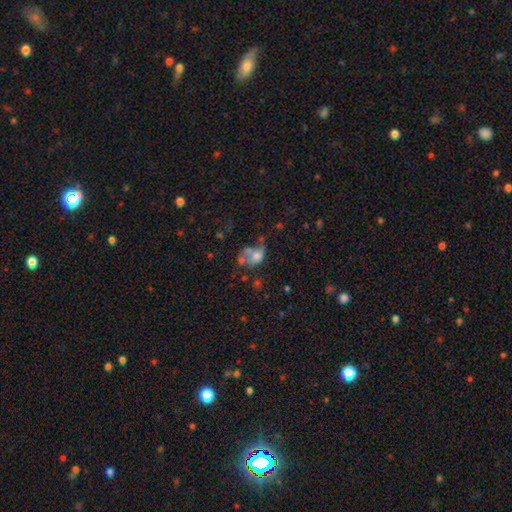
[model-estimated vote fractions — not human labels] smooth_or_featured: smooth (p=0.52) [alt: featured or disk p=0.33]
how_rounded: in between (p=0.67) [alt: round p=0.31]
merging: merger (p=0.39) [alt: major disturbance p=0.25]